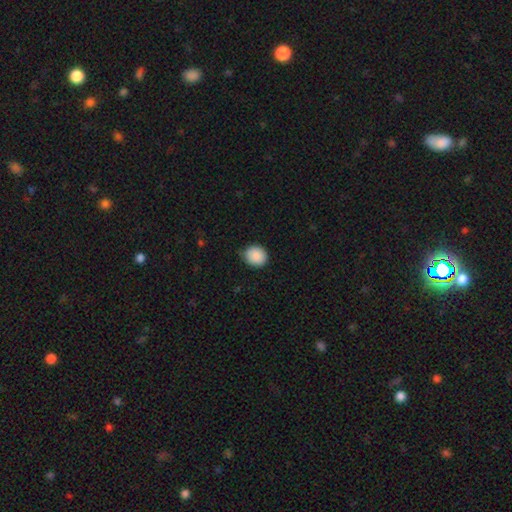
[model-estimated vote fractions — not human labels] This appears to be a smooth galaxy with no disk features (89%) that is round (77%). Merging: none (80%).